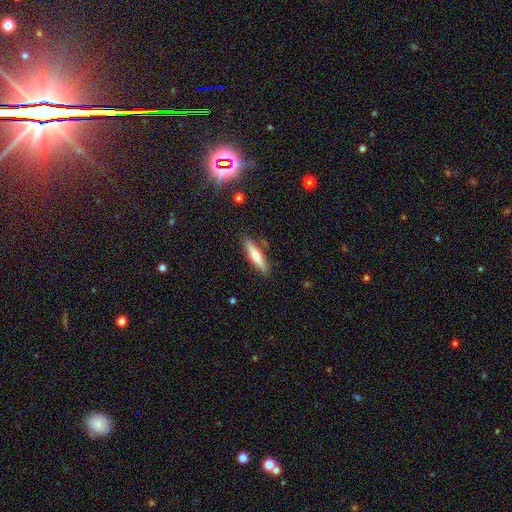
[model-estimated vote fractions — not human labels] A smooth galaxy with no disk features (62%) that is cigar-shaped (76%).

Vote fractions:
- Smooth or featured? smooth: 62% / featured or disk: 31% / star or artifact: 6%
- How rounded? cigar-shaped: 76% / in between: 23% / round: 2%
- Merging? none: 84% / minor disturbance: 11% / merger: 3% / major disturbance: 2%